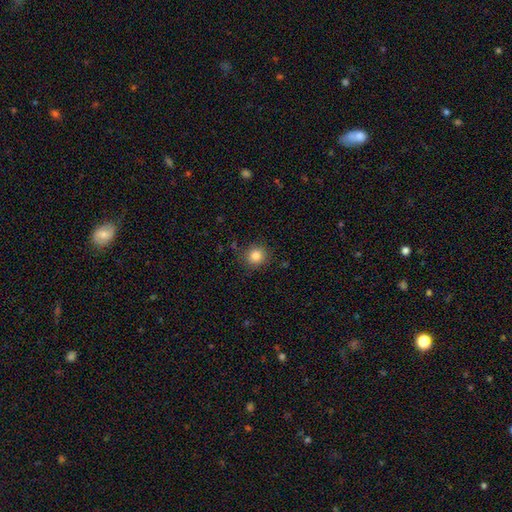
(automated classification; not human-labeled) A smooth galaxy with no disk features (84%) that is round (90%).

Vote fractions:
- Smooth or featured? smooth: 84% / star or artifact: 11% / featured or disk: 5%
- How rounded? round: 90% / in between: 9% / cigar-shaped: 1%
- Merging? none: 85% / minor disturbance: 10% / major disturbance: 3% / merger: 2%